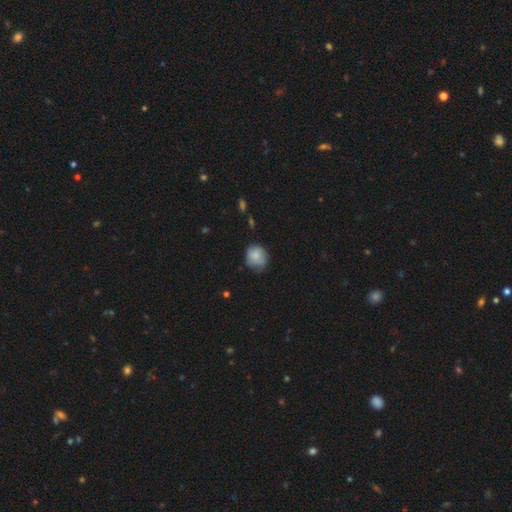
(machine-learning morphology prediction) smooth 81%, featured or disk 12%, star or artifact 8%. Down the decision tree: how rounded — round (75%); merging — none (58%).